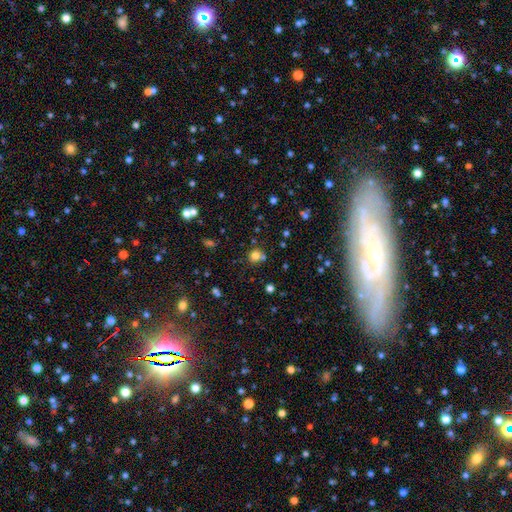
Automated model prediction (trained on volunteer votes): Smooth or featured?
  - smooth: 75% *
  - star or artifact: 18%
  - featured or disk: 7%
How rounded?
  - round: 88% *
  - in between: 11%
  - cigar-shaped: 1%
Merging?
  - none: 69% *
  - merger: 17%
  - minor disturbance: 10%
  - major disturbance: 4%